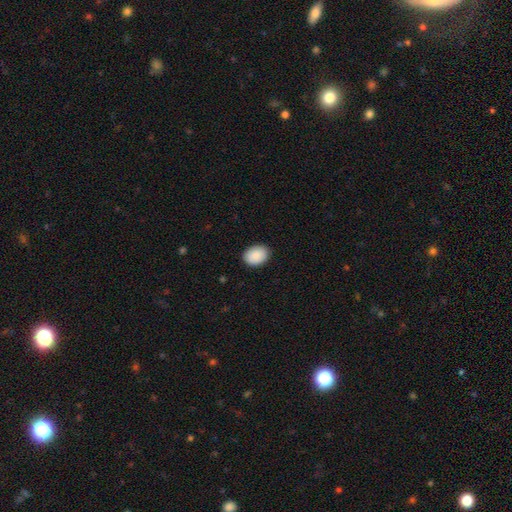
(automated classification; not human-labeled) Smooth or featured? Predicted: smooth (p=0.90). How rounded? Predicted: in between (p=0.75). Merging? Predicted: none (p=0.88).